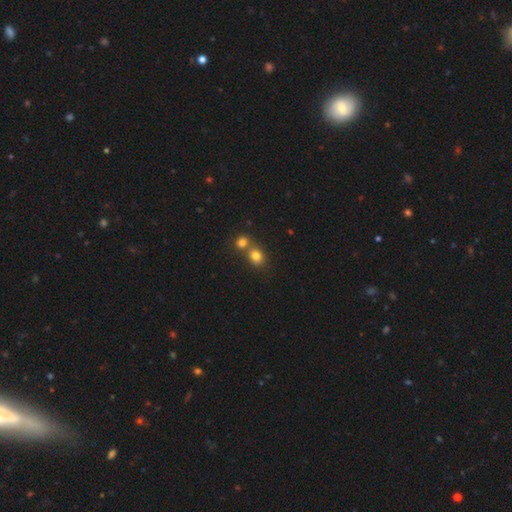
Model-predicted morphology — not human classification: smooth-or-featured: smooth: 78% | star or artifact: 13% | featured or disk: 8%
  how-rounded: round: 71% | in between: 28% | cigar-shaped: 1%
  merging: none: 48% | merger: 43% | minor disturbance: 7% | major disturbance: 2%